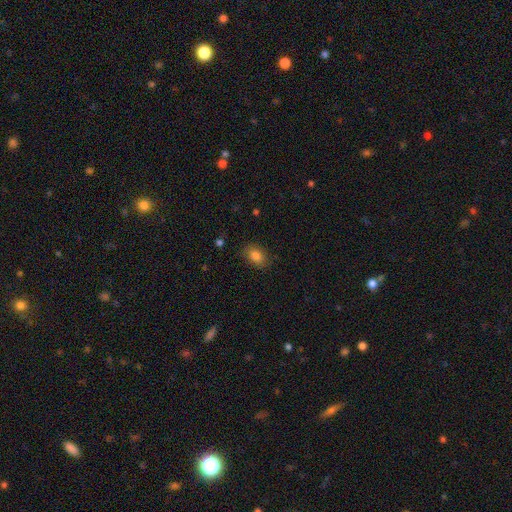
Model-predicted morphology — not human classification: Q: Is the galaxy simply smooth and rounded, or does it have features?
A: smooth — 84%.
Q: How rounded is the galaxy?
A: in between — 83%.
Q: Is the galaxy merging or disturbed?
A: none — 82%.